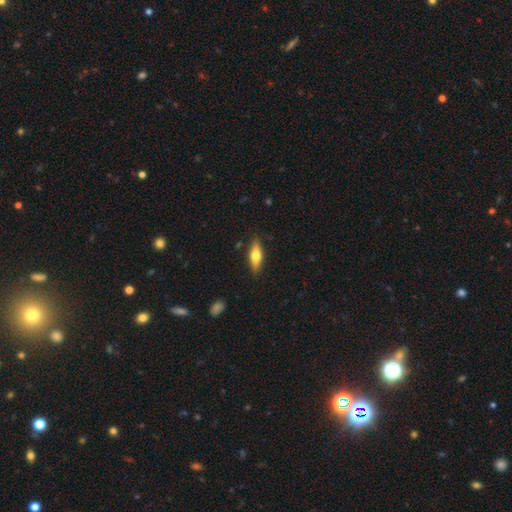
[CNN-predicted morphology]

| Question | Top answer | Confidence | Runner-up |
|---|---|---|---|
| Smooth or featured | smooth | 61% | featured or disk (33%) |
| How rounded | in between | 51% | cigar-shaped (47%) |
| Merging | none | 87% | minor disturbance (10%) |